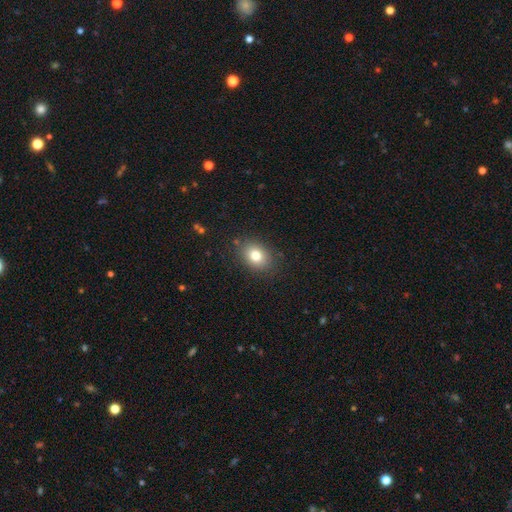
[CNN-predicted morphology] Overall: smooth (80%). How rounded: in between (61%; round 38%). Merging: none (85%).